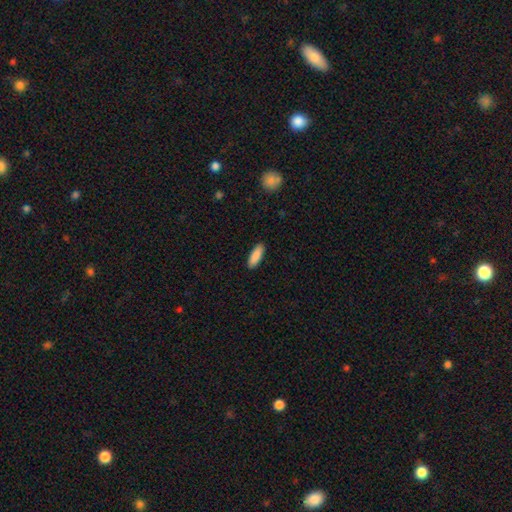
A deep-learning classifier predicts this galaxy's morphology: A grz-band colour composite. It shows a smooth galaxy with no disk features (90%) that is in between round and cigar-shaped (57%). Merging: none (90%).